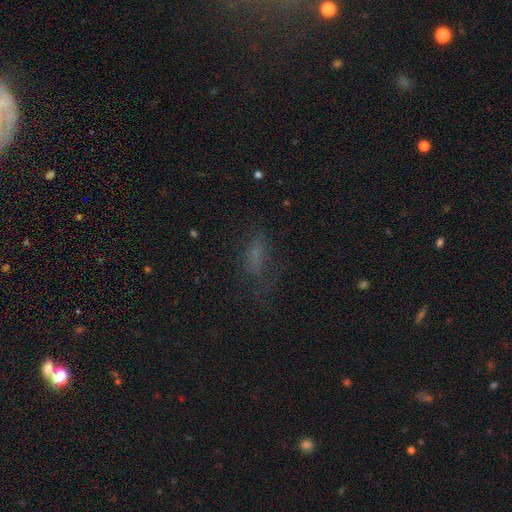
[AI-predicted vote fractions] This appears to be a smooth galaxy with no disk features (54%) that is in between round and cigar-shaped (63%). Merging: none (48%).